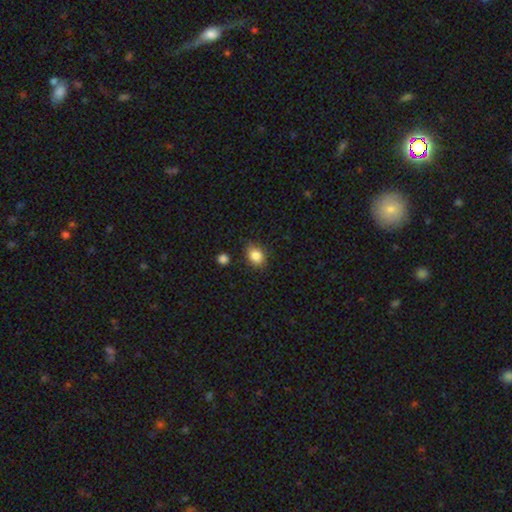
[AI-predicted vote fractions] Smooth or featured? smooth (84%)
How rounded? in between (54%)
Merging? none (81%)